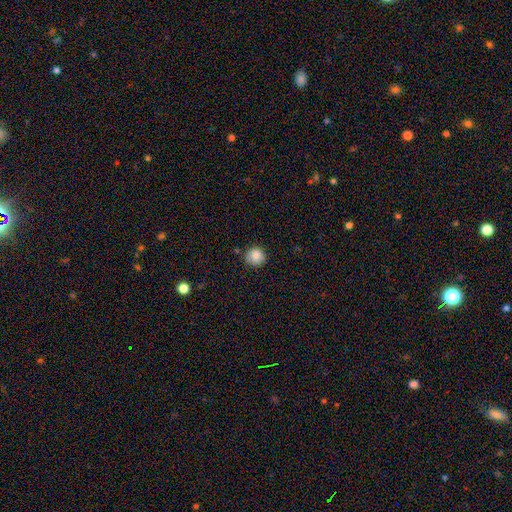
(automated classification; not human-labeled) The model was most divided on "merging": none: 82%, minor disturbance: 14%, major disturbance: 2%, merger: 2%. More confident: how rounded — round (91%); smooth or featured — smooth (85%).